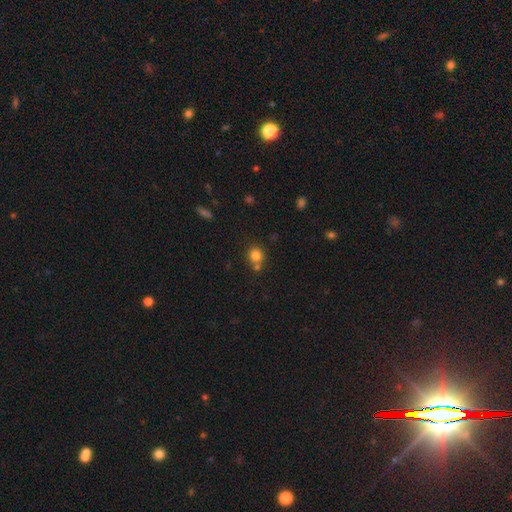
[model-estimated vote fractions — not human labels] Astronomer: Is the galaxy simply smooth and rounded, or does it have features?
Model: smooth — 80%.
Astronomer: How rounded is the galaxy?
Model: round — 87%.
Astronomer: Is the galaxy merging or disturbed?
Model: none — 63%.